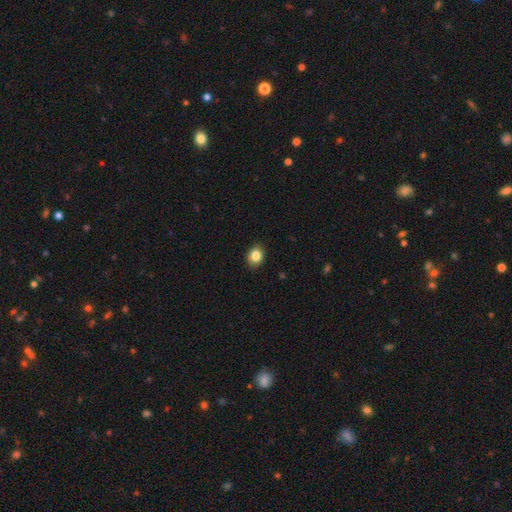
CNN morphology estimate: Smooth or featured: smooth — 85% (star or artifact — 9%)
How rounded: in between — 55% (round — 44%)
Merging: none — 87% (minor disturbance — 10%)